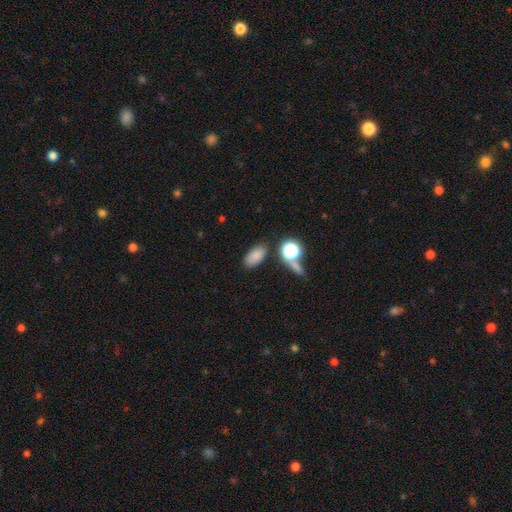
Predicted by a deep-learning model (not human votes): Smooth or featured: smooth — 80% (star or artifact — 13%)
How rounded: in between — 89% (round — 8%)
Merging: none — 77% (minor disturbance — 11%)